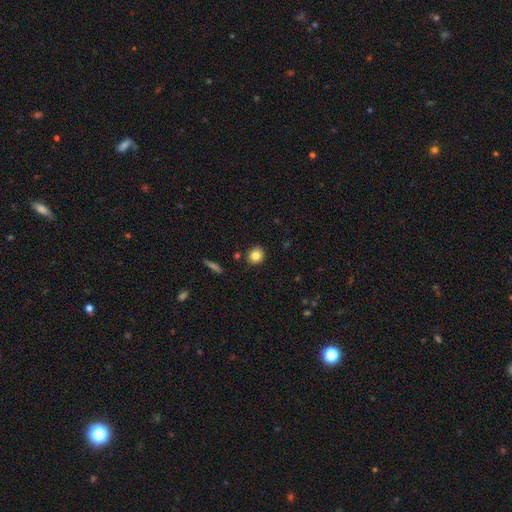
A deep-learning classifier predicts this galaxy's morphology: type=smooth (84%); roundness=round (75%); merging=none (88%).